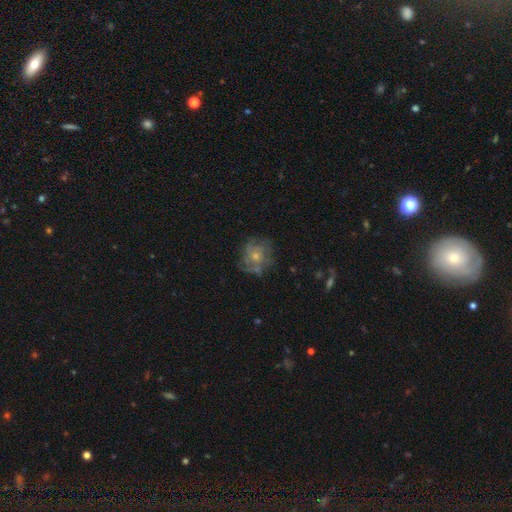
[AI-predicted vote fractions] featured or disk 57%, smooth 34%, star or artifact 9%. Down the decision tree: edge-on disk — no (98%); bar — no (86%); spiral arms — yes (57%); bulge size — small (46%, tied with moderate); merging — none (60%).